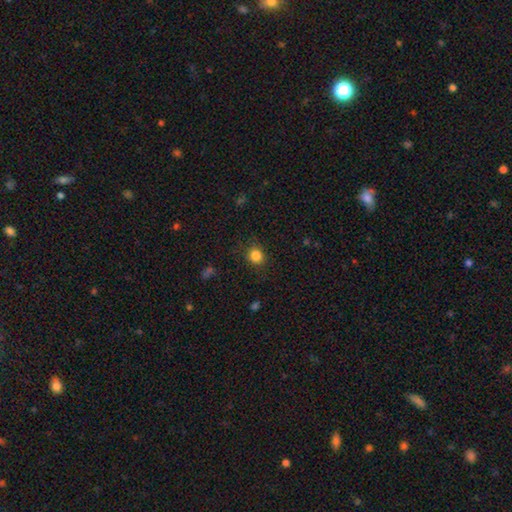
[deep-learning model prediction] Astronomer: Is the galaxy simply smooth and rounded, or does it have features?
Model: smooth — 84%.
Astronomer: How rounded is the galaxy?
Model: round — 81%.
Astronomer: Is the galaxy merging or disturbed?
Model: none — 85%.